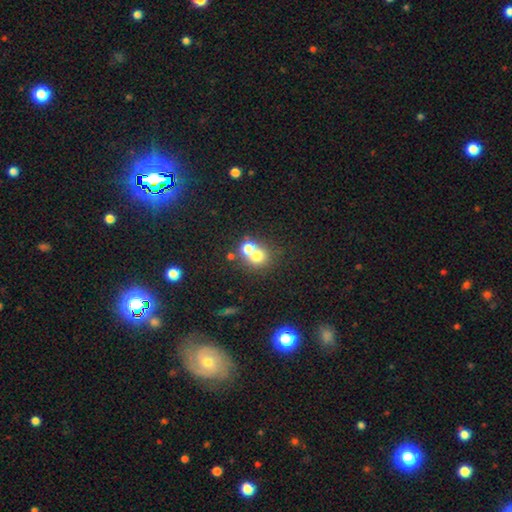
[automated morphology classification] A smooth galaxy with no disk features (68%) that is round (77%).

Vote fractions:
- Smooth or featured? smooth: 68% / star or artifact: 16% / featured or disk: 16%
- How rounded? round: 77% / in between: 22% / cigar-shaped: 1%
- Merging? merger: 53% / none: 37% / minor disturbance: 6% / major disturbance: 4%